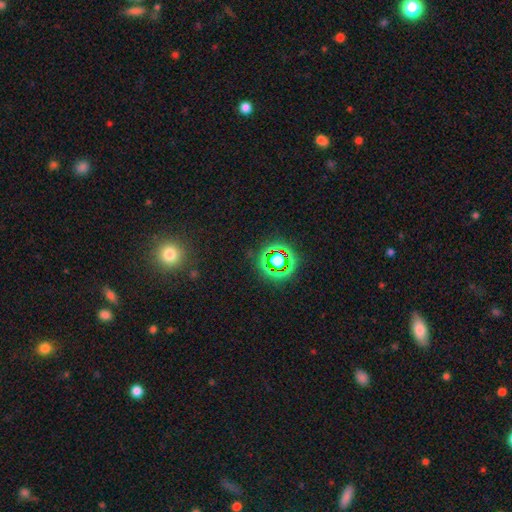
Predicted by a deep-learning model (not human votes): Smooth or featured? star or artifact (69%)